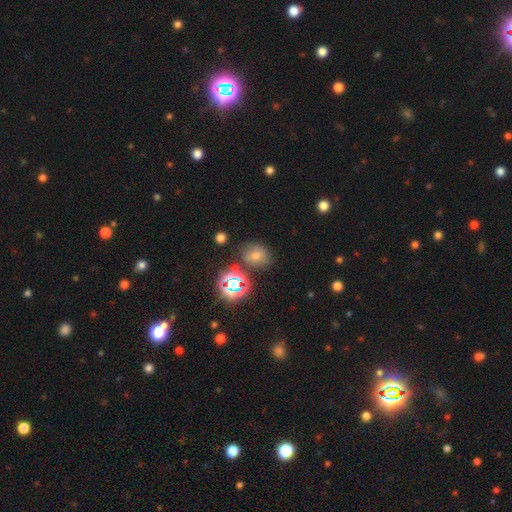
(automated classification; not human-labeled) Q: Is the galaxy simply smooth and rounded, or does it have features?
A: smooth — 44%.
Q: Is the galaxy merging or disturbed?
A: none — 74%.